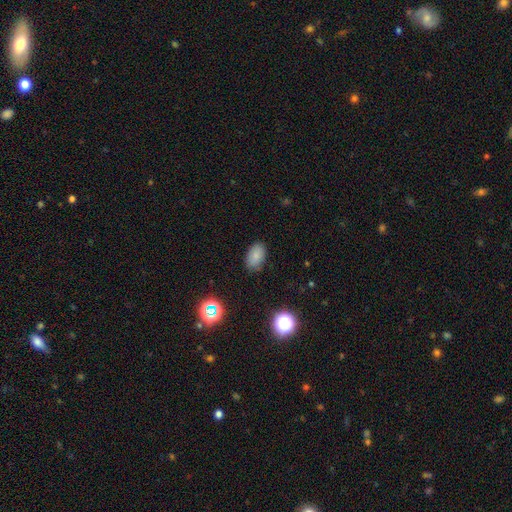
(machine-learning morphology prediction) Overall: smooth (82%). How rounded: in between (89%). Merging: none (84%).